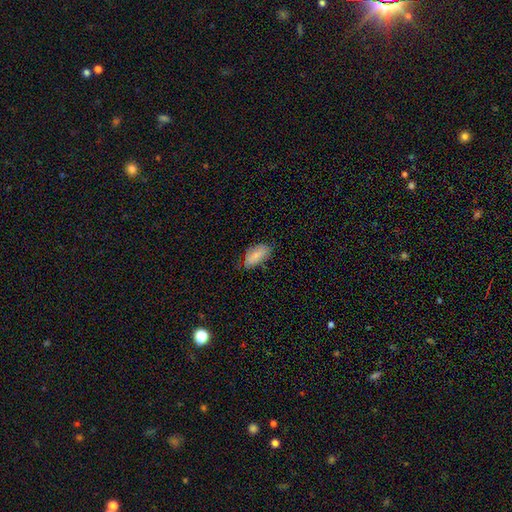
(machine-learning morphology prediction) The model was most divided on "merging": none: 68%, minor disturbance: 26%, major disturbance: 5%, merger: 1%. More confident: how rounded — in between (92%); smooth or featured — smooth (79%).